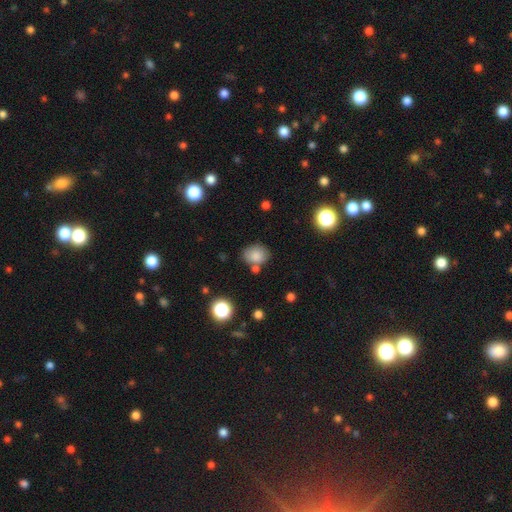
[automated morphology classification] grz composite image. It shows a smooth galaxy with no disk features (81%) that is in between round and cigar-shaped (55%). Merging: none (69%).